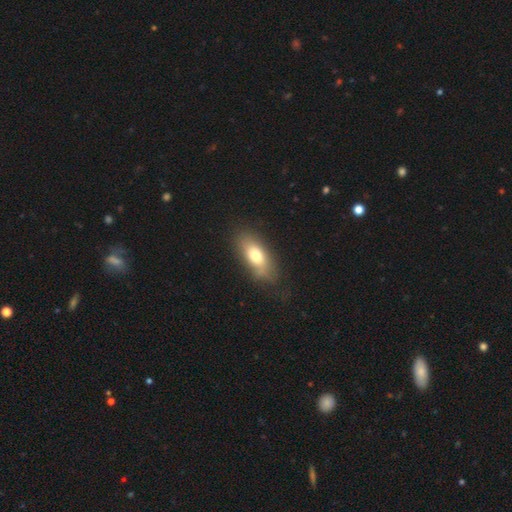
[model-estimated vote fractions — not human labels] A smooth galaxy with no disk features (72%) that is in between round and cigar-shaped (83%). Merging: none (70%).